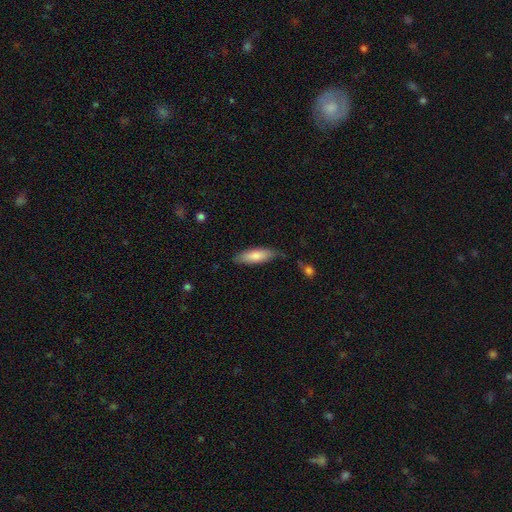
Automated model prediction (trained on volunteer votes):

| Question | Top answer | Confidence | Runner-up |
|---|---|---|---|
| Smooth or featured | smooth | 80% | featured or disk (15%) |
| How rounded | in between | 51% | cigar-shaped (47%) |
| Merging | none | 71% | minor disturbance (22%) |